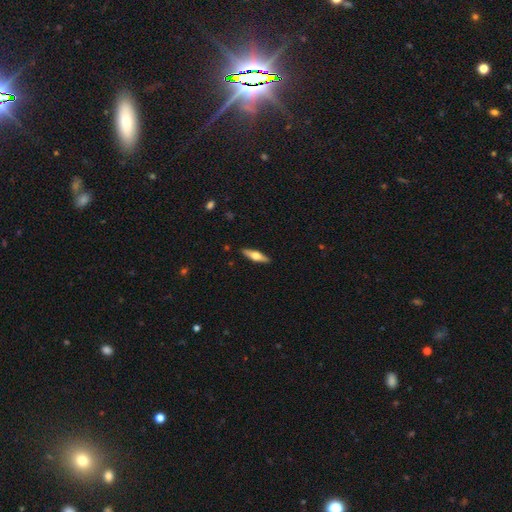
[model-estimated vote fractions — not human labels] Smooth or featured? Predicted: featured or disk (p=0.56). Edge-on disk? Predicted: yes (p=0.95). Edge-on bulge? Predicted: rounded (p=0.94). Merging? Predicted: none (p=0.91).